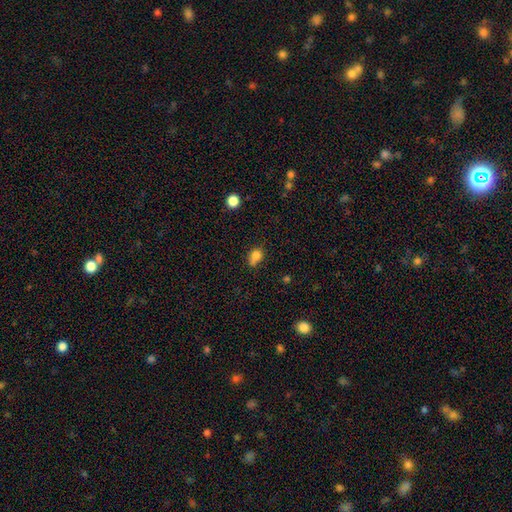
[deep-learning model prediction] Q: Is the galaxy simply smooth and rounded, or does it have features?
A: smooth — 80%.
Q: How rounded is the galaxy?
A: in between — 57%.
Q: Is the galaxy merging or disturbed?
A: none — 43%.